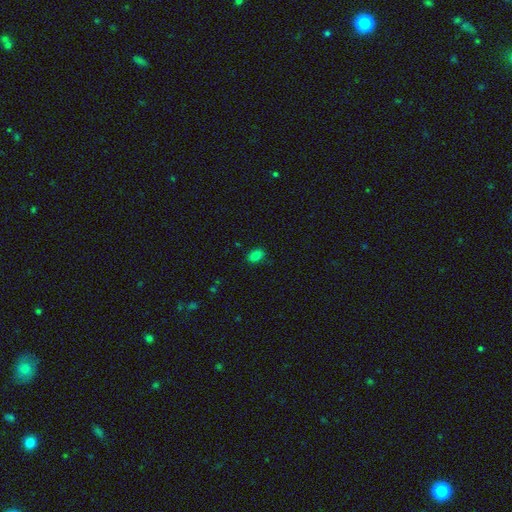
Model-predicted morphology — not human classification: A smooth galaxy with no disk features (83%) that is in between round and cigar-shaped (85%). Merging: none (85%).